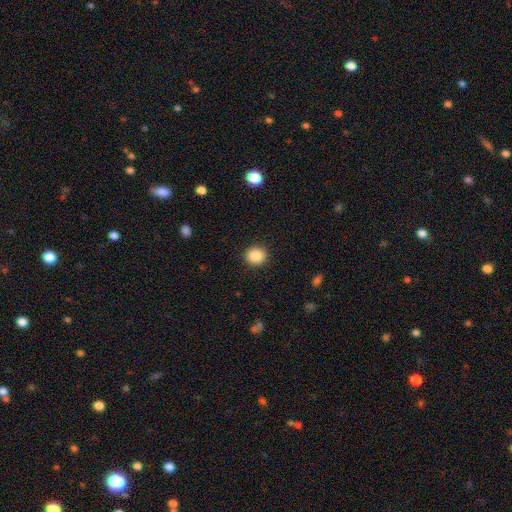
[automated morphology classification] The model was most divided on "how rounded": round: 85%, in between: 14%, cigar-shaped: 1%. More confident: merging — none (91%); smooth or featured — smooth (88%).